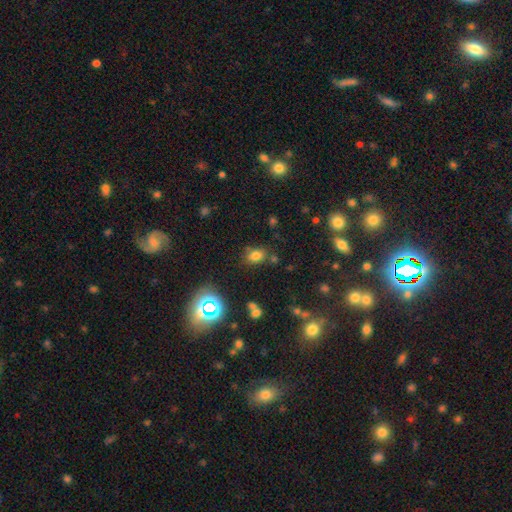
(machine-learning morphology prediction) smooth-or-featured: smooth: 72% | star or artifact: 20% | featured or disk: 8%
  how-rounded: in between: 67% | round: 32% | cigar-shaped: 2%
  merging: none: 72% | minor disturbance: 16% | merger: 7% | major disturbance: 5%